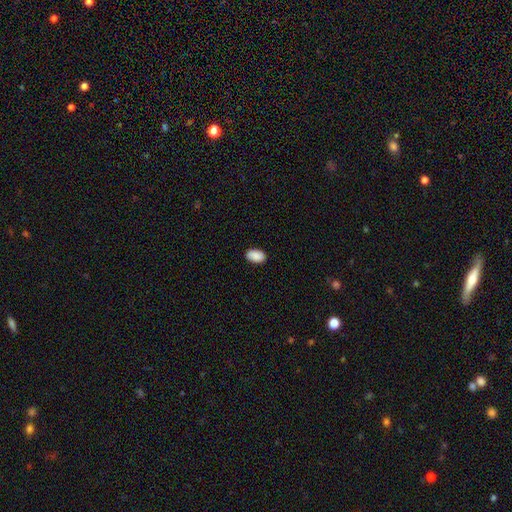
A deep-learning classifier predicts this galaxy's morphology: Overall: smooth (89%). How rounded: in between (91%). Merging: none (86%).